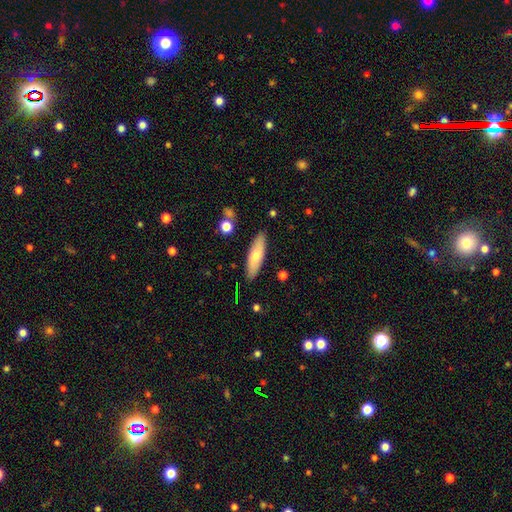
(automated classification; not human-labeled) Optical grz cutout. It shows a smooth galaxy with no disk features (62%) that is cigar-shaped (59%). Merging: none (87%).